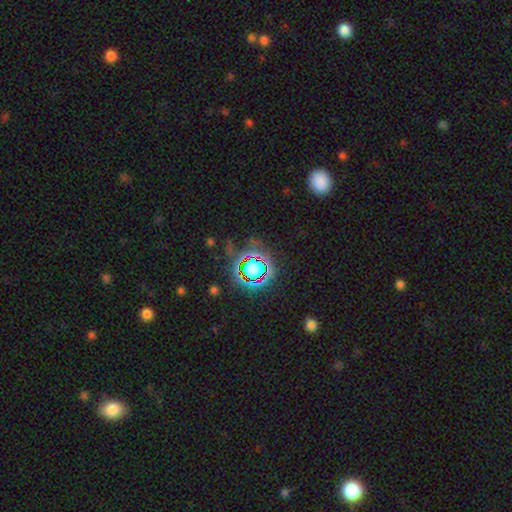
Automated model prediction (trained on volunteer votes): This is likely a star or artifact rather than a galaxy (78%).